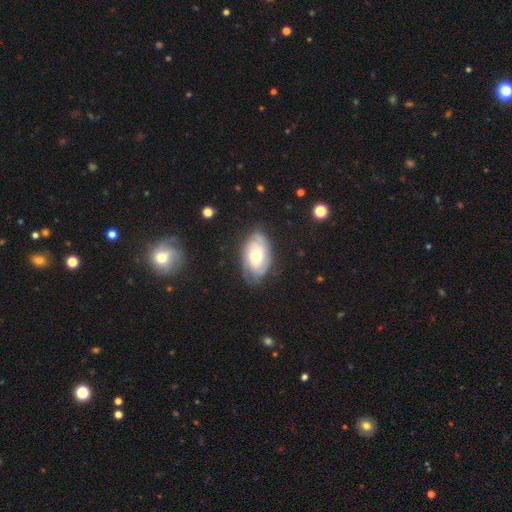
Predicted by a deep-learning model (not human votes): The model was most divided on "spiral arm count": can't tell: 39%, 2: 23%, 3: 21%, 4: 7%, 1: 5%, more than 4: 4%. More confident: edge-on disk — no (94%); spiral arms — yes (89%); merging — none (76%); bar — no (73%); bulge size — moderate (71%); smooth or featured — featured or disk (71%); spiral winding — tight (65%).